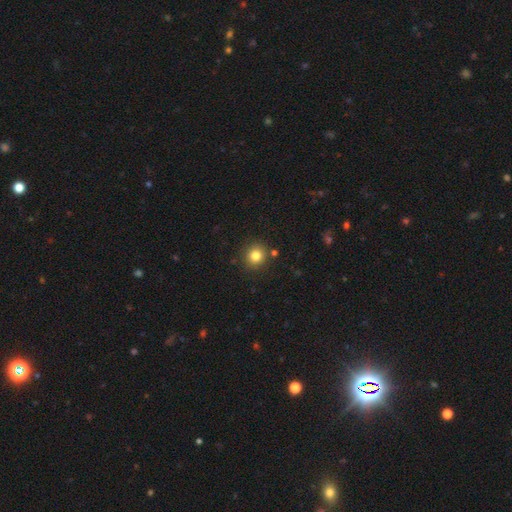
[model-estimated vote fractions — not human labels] A smooth galaxy with no disk features (82%) that is round (91%).

Vote fractions:
- Smooth or featured? smooth: 82% / star or artifact: 12% / featured or disk: 6%
- How rounded? round: 91% / in between: 8% / cigar-shaped: 1%
- Merging? none: 87% / minor disturbance: 7% / merger: 4% / major disturbance: 2%